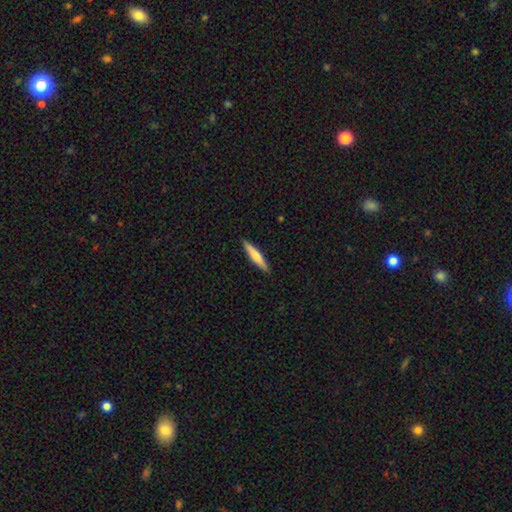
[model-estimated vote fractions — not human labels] This is possibly a smooth galaxy (60%). How rounded: clearly cigar-shaped (92%). Merging: clearly none (91%).